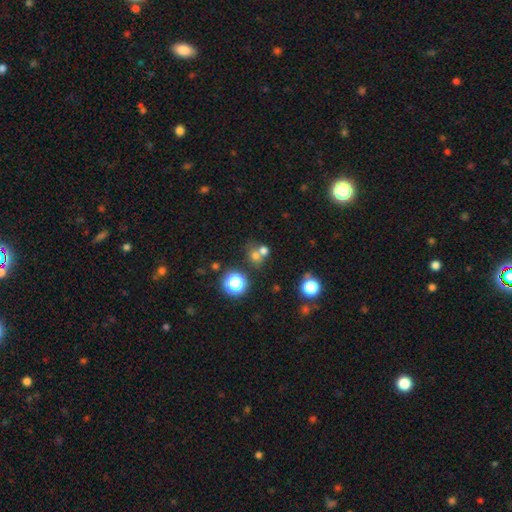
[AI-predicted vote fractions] Smooth or featured?
  - smooth: 64% *
  - star or artifact: 25%
  - featured or disk: 11%
How rounded?
  - round: 80% *
  - in between: 19%
  - cigar-shaped: 1%
Merging?
  - none: 45% *
  - merger: 43%
  - minor disturbance: 7%
  - major disturbance: 4%